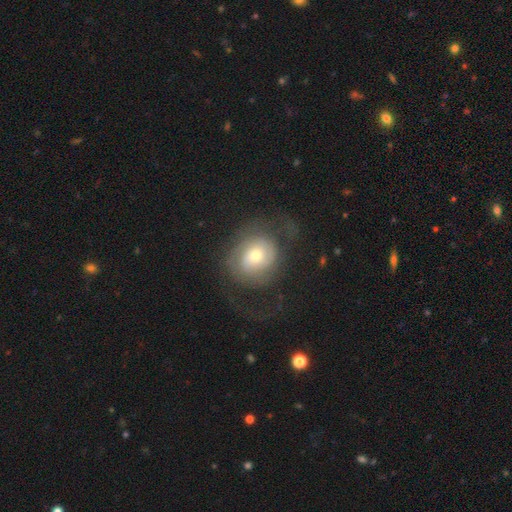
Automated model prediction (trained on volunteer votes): smooth_or_featured: featured or disk (p=0.60) [alt: smooth p=0.33]
disk_edge_on: no (p=0.96) [alt: yes p=0.04]
bar: no (p=0.75) [alt: weak p=0.20]
has_spiral_arms: yes (p=0.78) [alt: no p=0.22]
bulge_size: moderate (p=0.49) [alt: small p=0.39]
merging: none (p=0.52) [alt: major disturbance p=0.29]